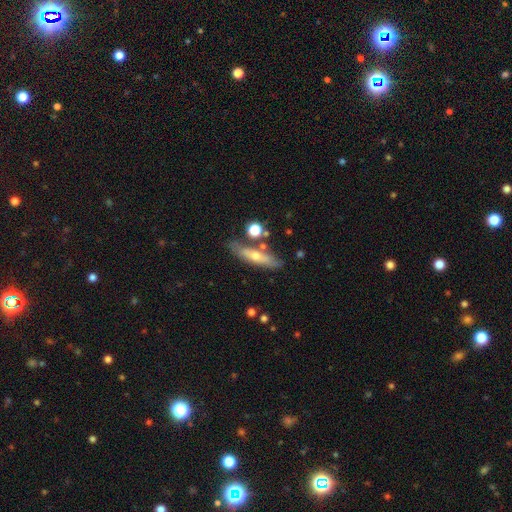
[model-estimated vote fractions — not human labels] Smooth or featured? Predicted: smooth (p=0.50). Merging? Predicted: none (p=0.71).